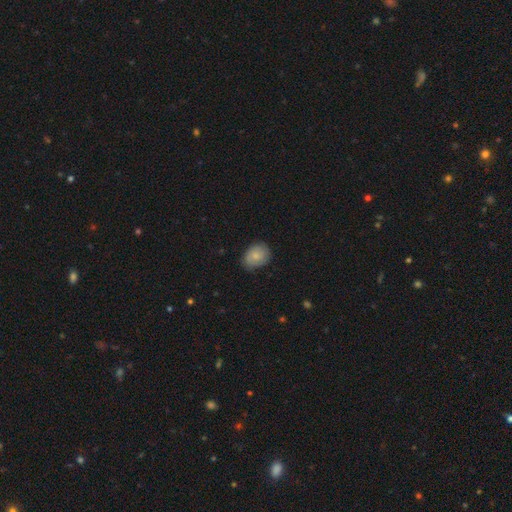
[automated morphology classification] Smooth or featured? smooth (77%)
How rounded? in between (59%)
Merging? none (73%)